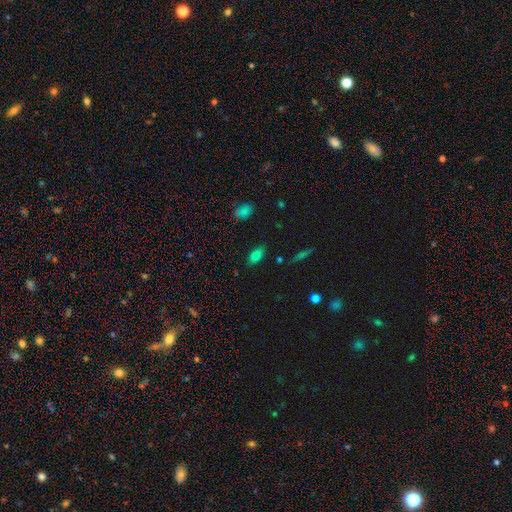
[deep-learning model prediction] smooth 79%, star or artifact 11%, featured or disk 9%. Down the decision tree: how rounded — in between (90%); merging — none (82%).